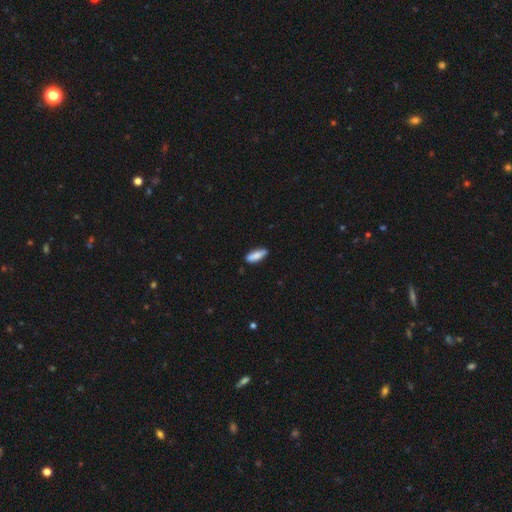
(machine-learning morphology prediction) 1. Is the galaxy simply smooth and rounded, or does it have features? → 86% smooth, 8% featured or disk, 6% star or artifact.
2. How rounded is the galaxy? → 54% in between, 44% cigar-shaped, 2% round.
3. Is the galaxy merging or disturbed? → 83% none, 13% minor disturbance, 2% major disturbance, 1% merger.